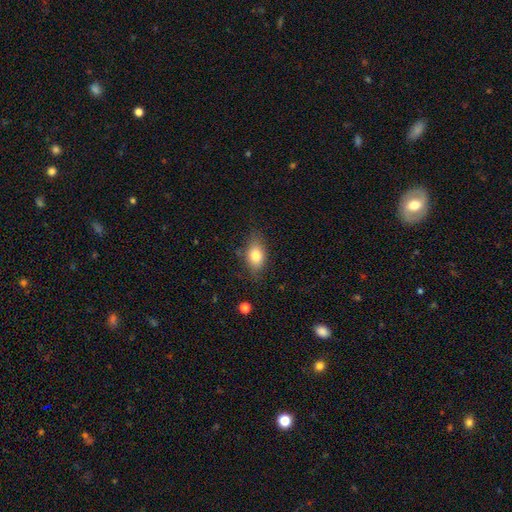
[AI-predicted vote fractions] Smooth or featured: smooth — 79% (featured or disk — 12%)
How rounded: in between — 81% (round — 16%)
Merging: none — 74% (minor disturbance — 19%)